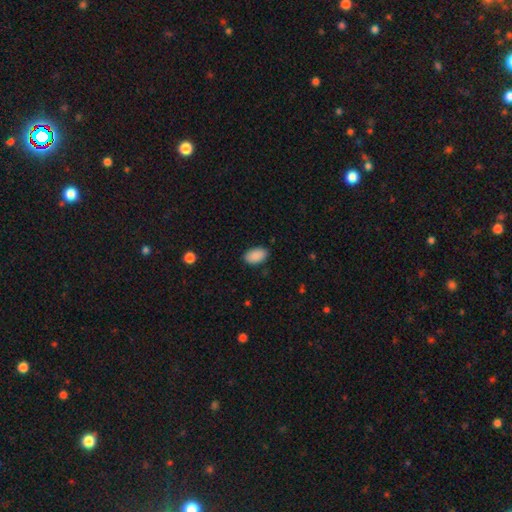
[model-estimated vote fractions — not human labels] A smooth galaxy with no disk features (90%) that is in between round and cigar-shaped (94%). Merging: none (88%).